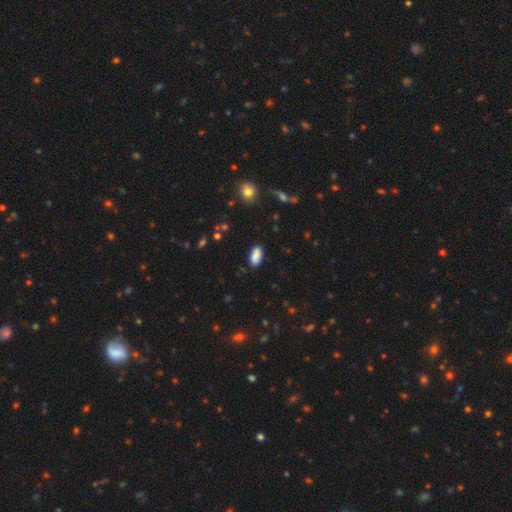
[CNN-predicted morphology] type=smooth (88%); roundness=in between (92%); merging=none (86%).